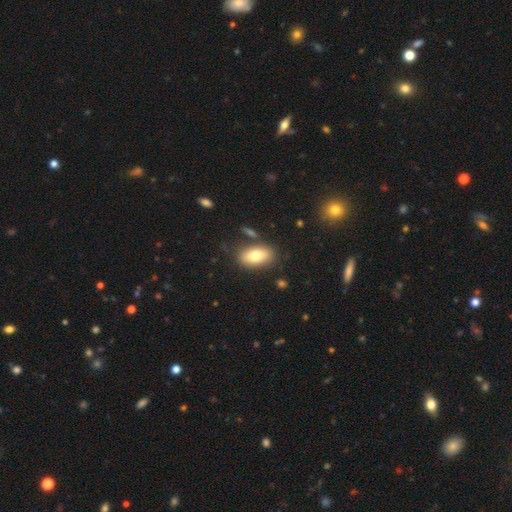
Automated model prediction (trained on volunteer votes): smooth_or_featured: smooth (p=0.77) [alt: featured or disk p=0.16]
how_rounded: in between (p=0.90) [alt: round p=0.05]
merging: none (p=0.79) [alt: minor disturbance p=0.12]